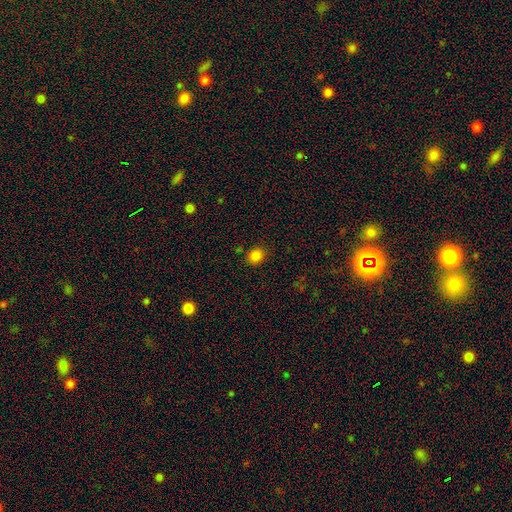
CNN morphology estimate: Overall: smooth (84%). How rounded: round (69%; in between 30%). Merging: none (84%).